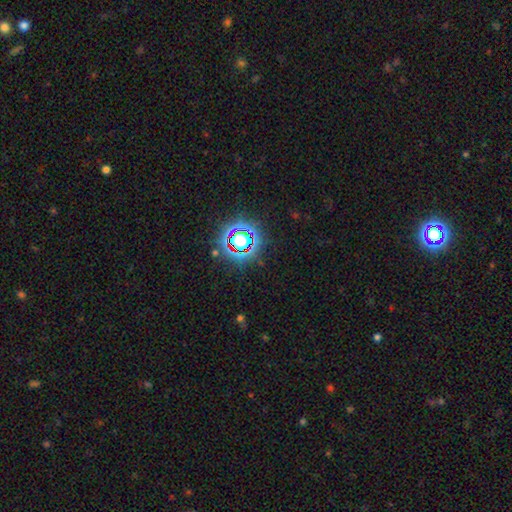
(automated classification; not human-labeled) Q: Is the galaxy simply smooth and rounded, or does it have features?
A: star or artifact — 80%.